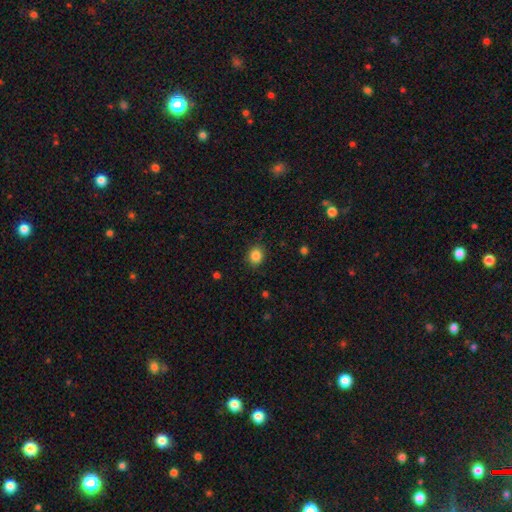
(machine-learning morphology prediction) This is clearly a smooth galaxy (86%). How rounded: likely round (72%). Merging: clearly none (86%).